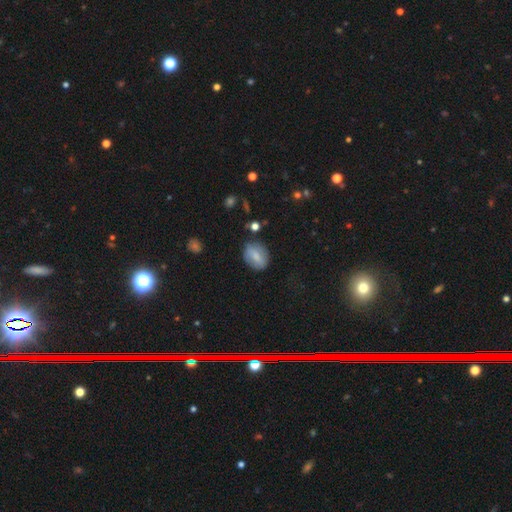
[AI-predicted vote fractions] smooth 70%, featured or disk 22%, star or artifact 8%. Down the decision tree: how rounded — in between (64%); merging — none (77%).